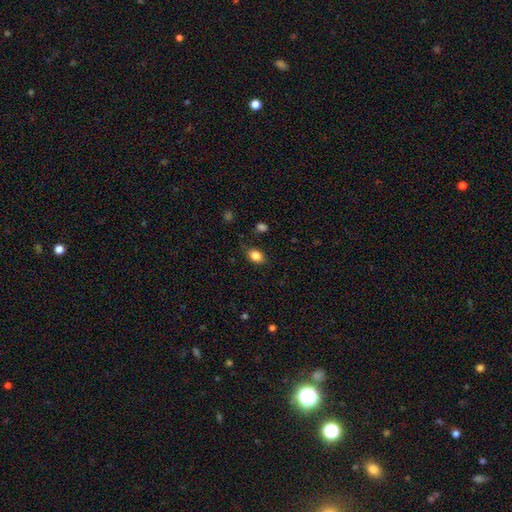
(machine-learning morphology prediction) A smooth galaxy with no disk features (84%) that is in between round and cigar-shaped (78%). Merging: none (77%).